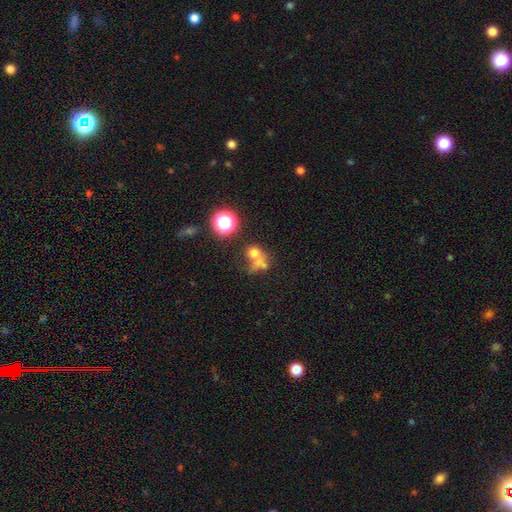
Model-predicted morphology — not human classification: The model was most divided on "merging": merger: 46%, none: 31%, major disturbance: 13%, minor disturbance: 10%. More confident: how rounded — round (70%); smooth or featured — smooth (59%).